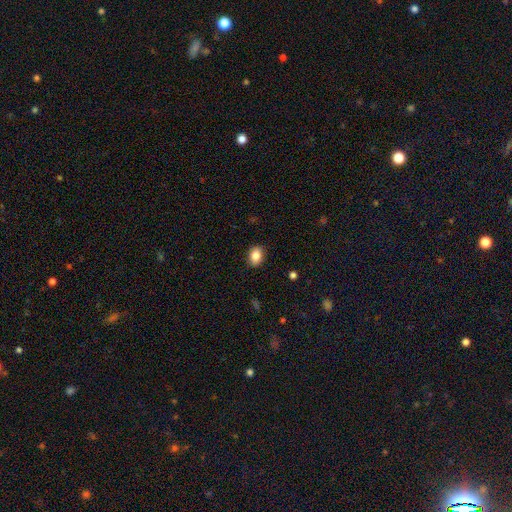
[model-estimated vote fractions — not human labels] The model was most divided on "how rounded": in between: 73%, round: 26%, cigar-shaped: 1%. More confident: merging — none (88%); smooth or featured — smooth (86%).